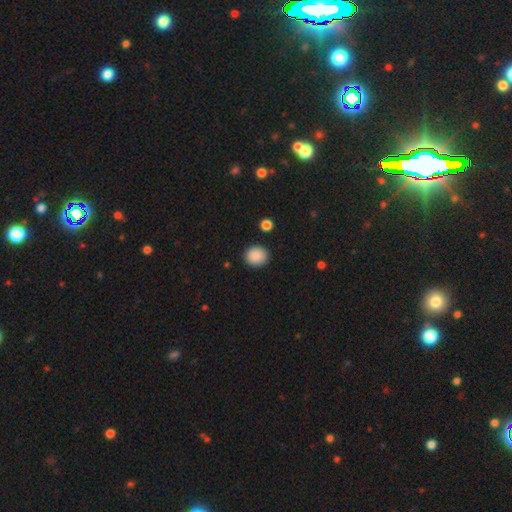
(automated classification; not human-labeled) Smooth or featured: smooth — 89% (star or artifact — 8%)
How rounded: round — 74% (in between — 25%)
Merging: none — 89% (minor disturbance — 8%)